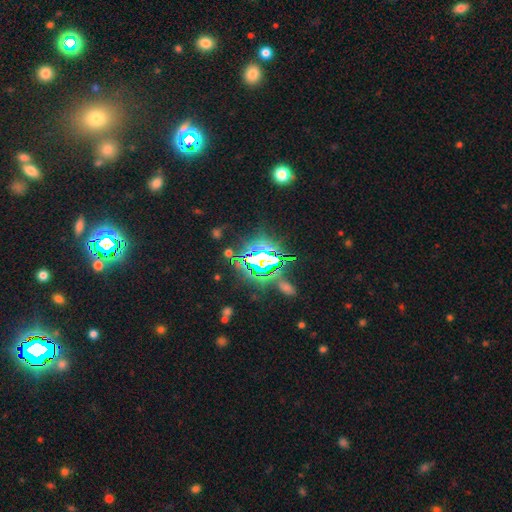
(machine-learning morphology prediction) This is clearly a star or artifact rather than a galaxy (81%).